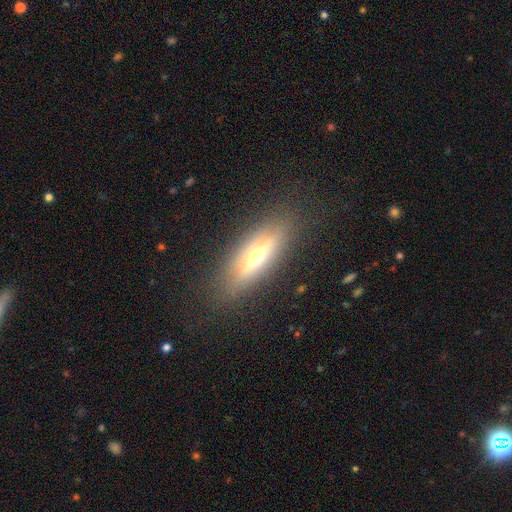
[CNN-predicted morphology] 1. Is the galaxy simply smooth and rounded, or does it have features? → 48% featured or disk, 43% smooth, 9% star or artifact.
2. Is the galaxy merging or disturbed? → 83% none, 11% minor disturbance, 4% major disturbance, 1% merger.